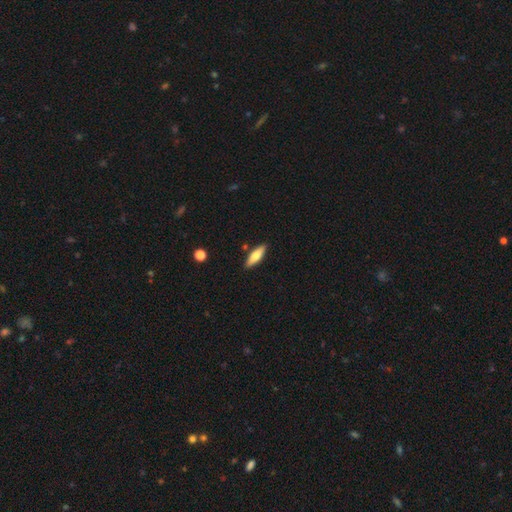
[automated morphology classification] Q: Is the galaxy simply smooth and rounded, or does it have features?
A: smooth — 62%.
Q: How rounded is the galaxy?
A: cigar-shaped — 56%.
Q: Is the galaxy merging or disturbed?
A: none — 86%.